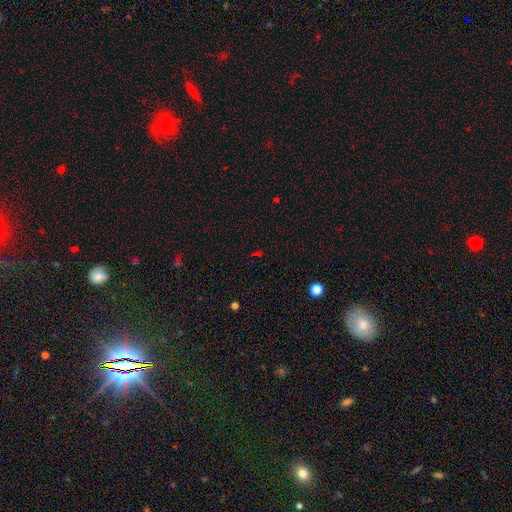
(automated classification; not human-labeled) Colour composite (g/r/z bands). It shows a star or artifact, not a galaxy (65%).